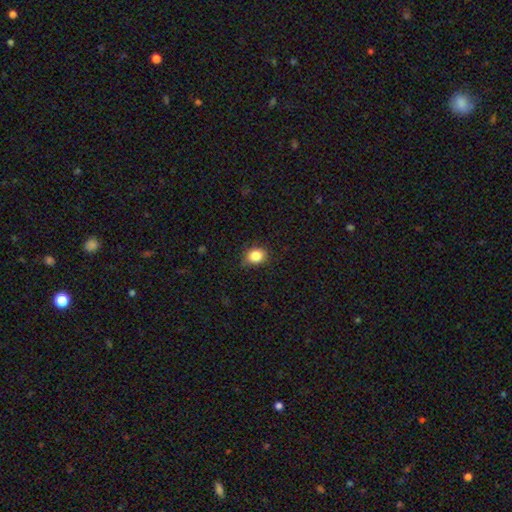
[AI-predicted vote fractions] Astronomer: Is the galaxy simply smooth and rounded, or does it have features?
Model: smooth — 85%.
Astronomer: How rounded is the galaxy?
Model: round — 52% (runner-up: in between, 47%).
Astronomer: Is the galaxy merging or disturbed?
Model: none — 76%.